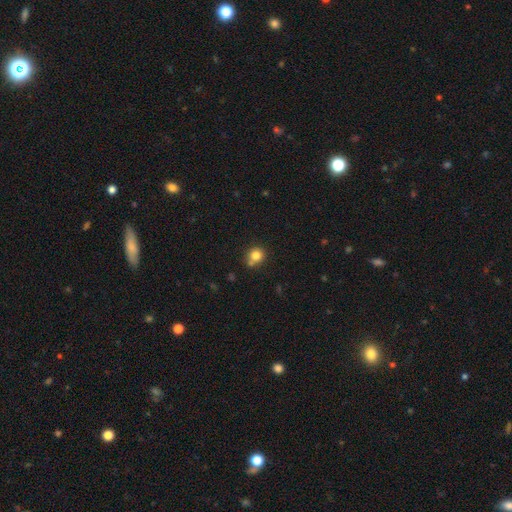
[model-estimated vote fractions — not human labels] Smooth or featured: smooth — 81% (star or artifact — 12%)
How rounded: round — 85% (in between — 14%)
Merging: none — 66% (merger — 15%)